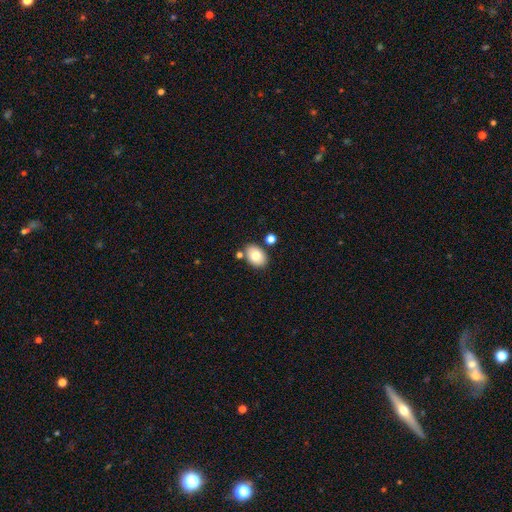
Smooth or featured: smooth — 79% (featured or disk — 13%)
How rounded: in between — 83% (round — 17%)
Merging: none — 74% (merger — 17%)